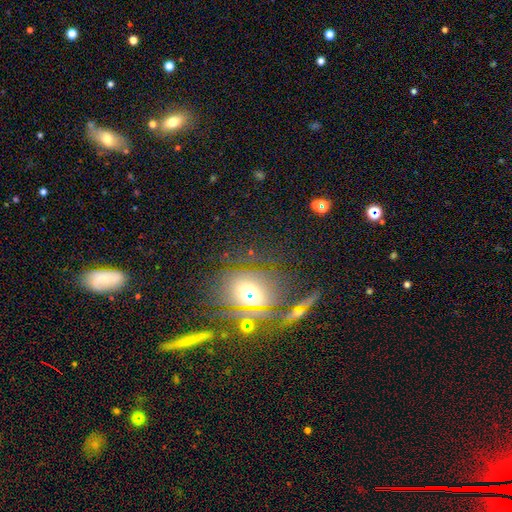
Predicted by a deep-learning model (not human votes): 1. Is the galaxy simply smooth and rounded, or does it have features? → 38% smooth, 34% star or artifact, 28% featured or disk.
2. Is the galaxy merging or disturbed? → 67% none, 14% minor disturbance, 10% merger, 9% major disturbance.